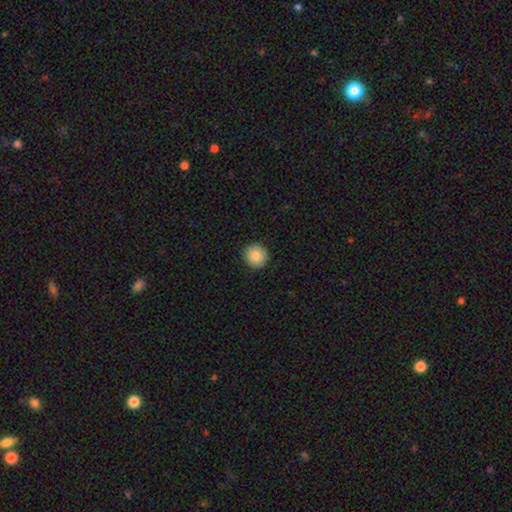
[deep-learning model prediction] Morphology: type=smooth (85%); roundness=round (94%); merging=none (93%).